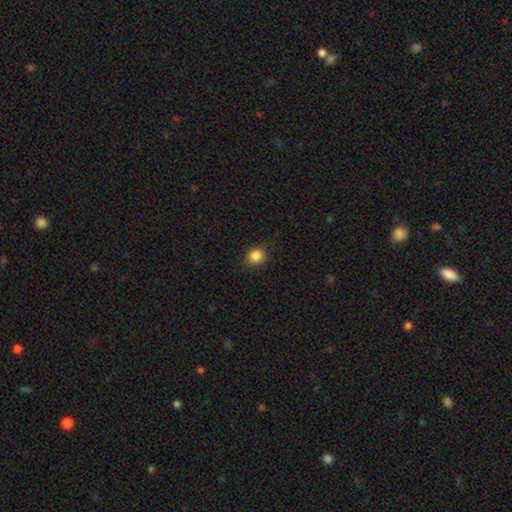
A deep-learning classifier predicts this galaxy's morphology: The model was most divided on "how rounded": round: 78%, in between: 21%, cigar-shaped: 1%. More confident: merging — none (89%); smooth or featured — smooth (86%).